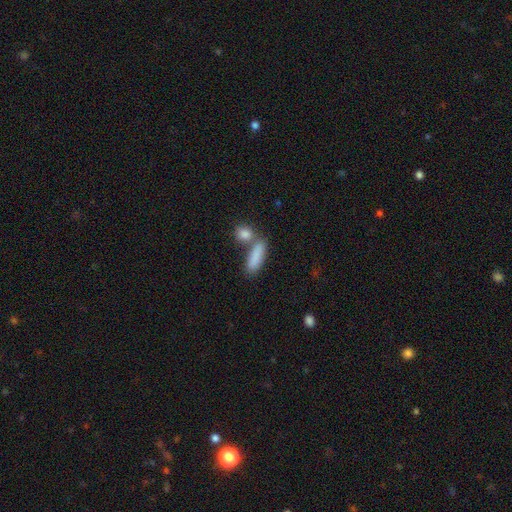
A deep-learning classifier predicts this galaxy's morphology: Overall: smooth (86%). How rounded: in between (54%; cigar-shaped 41%). Merging: none (54%; merger 31%).